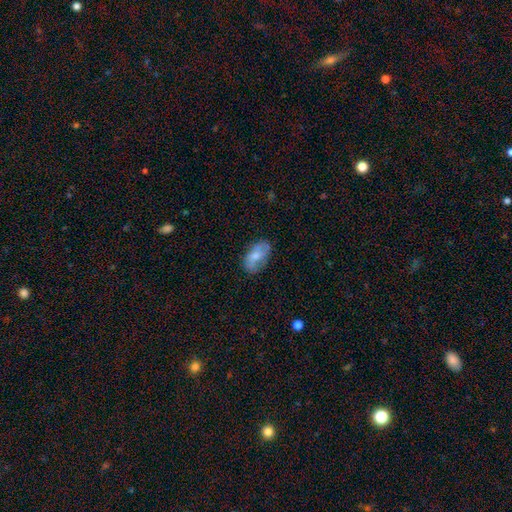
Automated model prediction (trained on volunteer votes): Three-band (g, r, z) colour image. It shows a smooth galaxy with no disk features (62%) that is in between round and cigar-shaped (92%). Merging: none (67%).